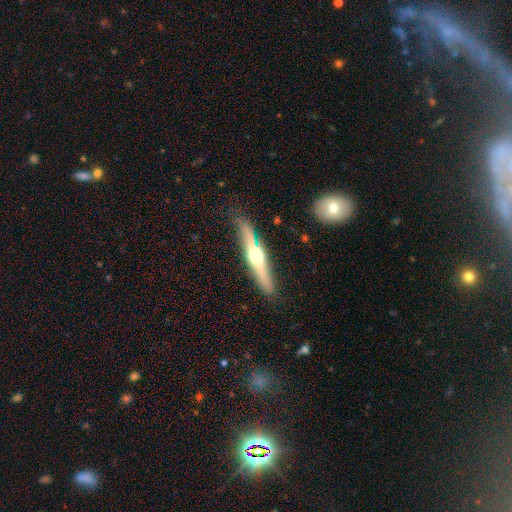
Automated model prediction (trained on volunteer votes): The model was most divided on "smooth or featured": featured or disk: 66%, smooth: 29%, star or artifact: 5%. More confident: edge-on disk — yes (95%); edge-on bulge — rounded (92%); merging — none (84%).